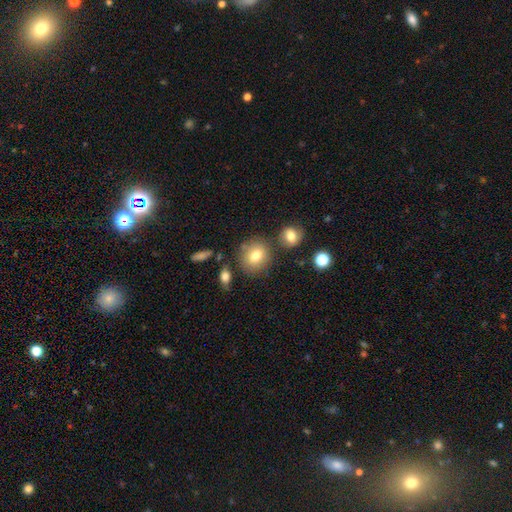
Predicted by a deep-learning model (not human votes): Smooth or featured?
  - smooth: 77% *
  - featured or disk: 13%
  - star or artifact: 10%
How rounded?
  - round: 76% *
  - in between: 23%
  - cigar-shaped: 1%
Merging?
  - none: 76% *
  - minor disturbance: 12%
  - merger: 8%
  - major disturbance: 4%